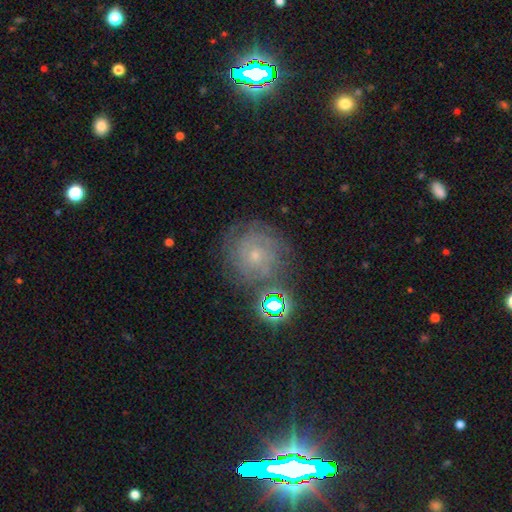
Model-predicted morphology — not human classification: featured or disk 60%, smooth 21%, star or artifact 19%. Down the decision tree: edge-on disk — no (97%); bar — no (79%); spiral arms — yes (88%); spiral arm count — can't tell (48%); spiral winding — tight (74%); bulge size — small (78%); merging — none (73%).